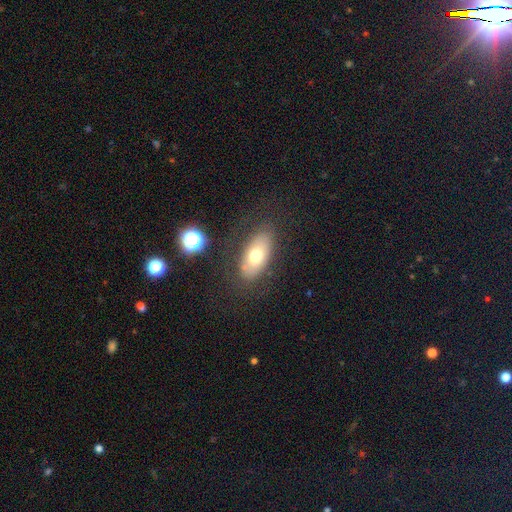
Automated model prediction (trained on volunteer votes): smooth-or-featured: smooth: 64% | featured or disk: 26% | star or artifact: 9%
  how-rounded: in between: 88% | cigar-shaped: 6% | round: 6%
  merging: none: 76% | minor disturbance: 15% | major disturbance: 6% | merger: 3%